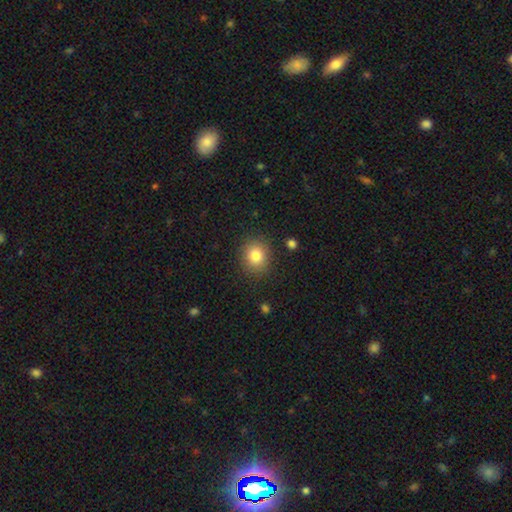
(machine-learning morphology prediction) type=smooth (83%); roundness=round (76%); merging=none (87%).